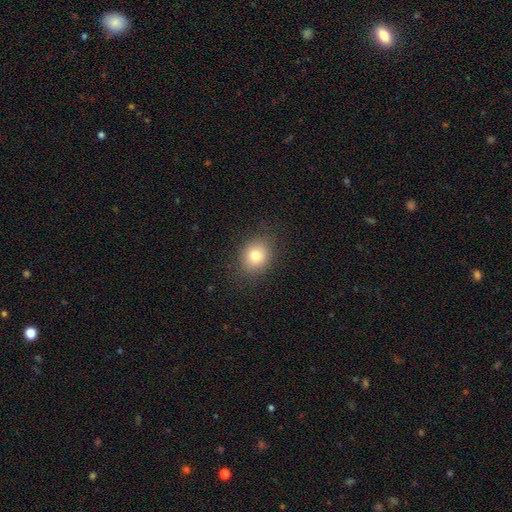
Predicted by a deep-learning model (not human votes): smooth_or_featured: smooth (p=0.78) [alt: star or artifact p=0.12]
how_rounded: round (p=0.61) [alt: in between p=0.38]
merging: none (p=0.85) [alt: minor disturbance p=0.10]